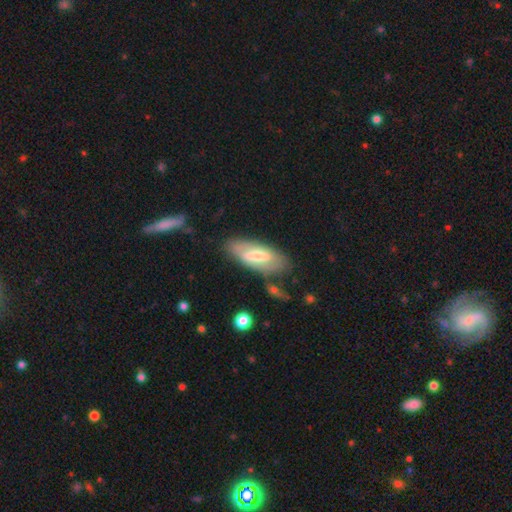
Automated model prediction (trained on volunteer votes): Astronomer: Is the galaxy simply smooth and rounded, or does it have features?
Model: smooth — 49% (runner-up: featured or disk, 45%).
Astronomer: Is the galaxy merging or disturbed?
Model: none — 72%.